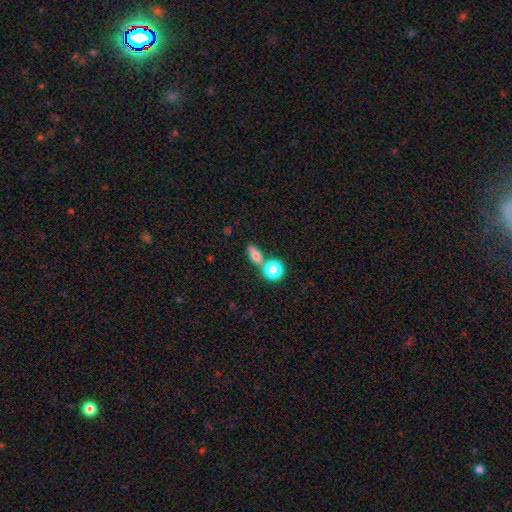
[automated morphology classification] This is likely a smooth galaxy (73%). How rounded: possibly in between (59%). Merging: possibly none (58%).